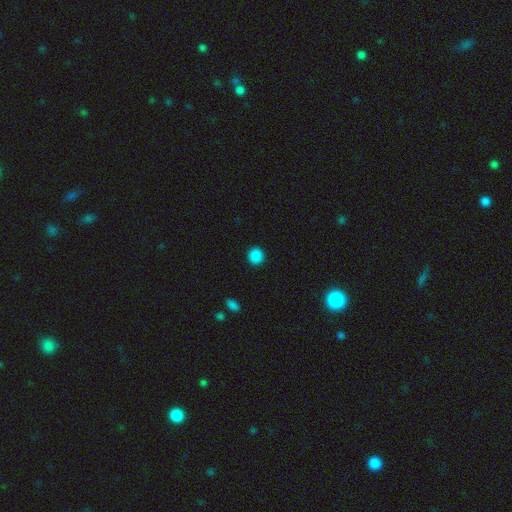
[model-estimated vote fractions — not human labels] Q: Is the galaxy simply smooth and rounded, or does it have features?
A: smooth — 87%.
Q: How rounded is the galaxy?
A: round — 91%.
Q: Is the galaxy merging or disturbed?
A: none — 92%.